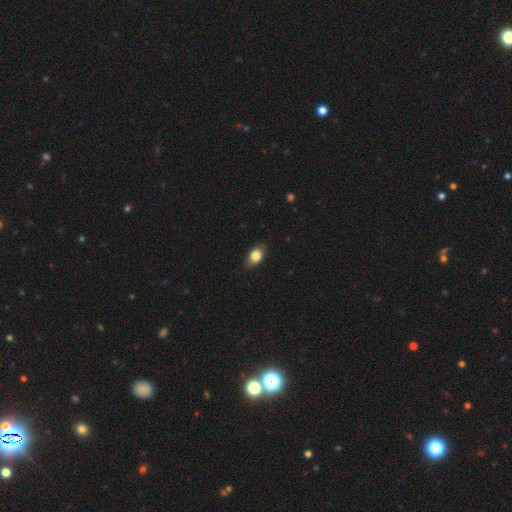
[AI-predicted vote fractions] Morphology: type=smooth (81%); roundness=in between (80%); merging=none (82%).